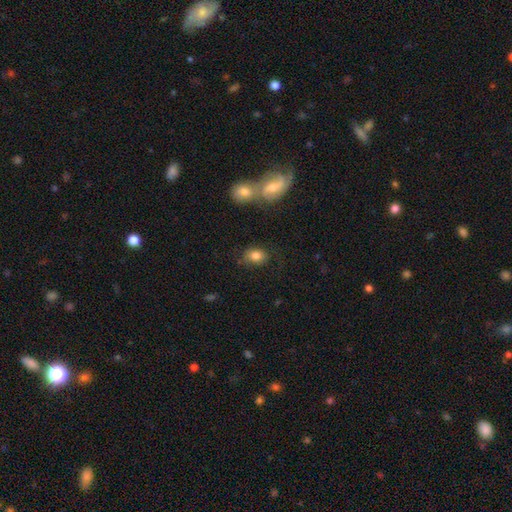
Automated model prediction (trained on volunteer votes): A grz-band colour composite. It shows a smooth galaxy with no disk features (81%) that is in between round and cigar-shaped (66%). Merging: none (68%).